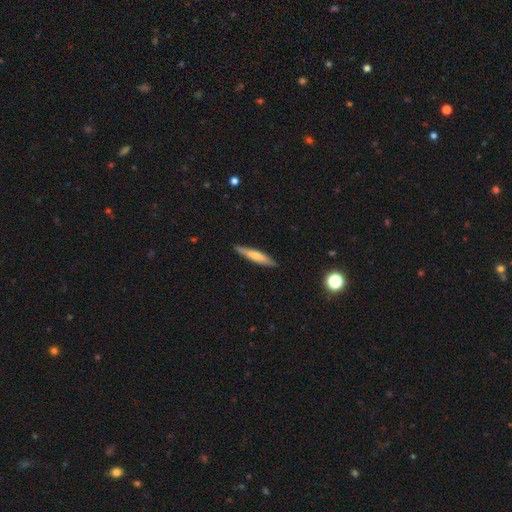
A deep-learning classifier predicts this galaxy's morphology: The model was most divided on "smooth or featured": smooth: 59%, featured or disk: 35%, star or artifact: 6%. More confident: how rounded — cigar-shaped (89%); merging — none (88%).